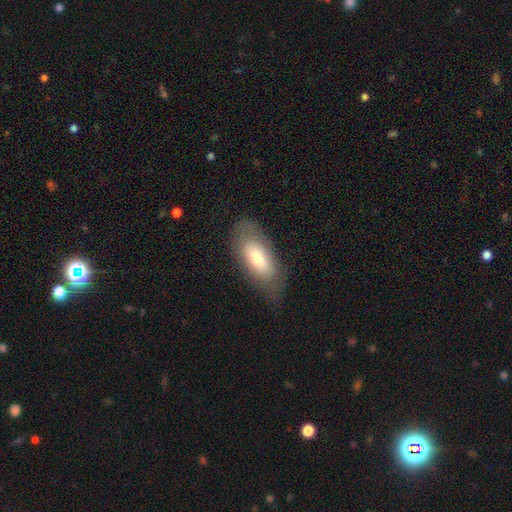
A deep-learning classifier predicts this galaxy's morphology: This is likely a smooth galaxy (68%). How rounded: clearly in between (89%). Merging: likely none (72%).